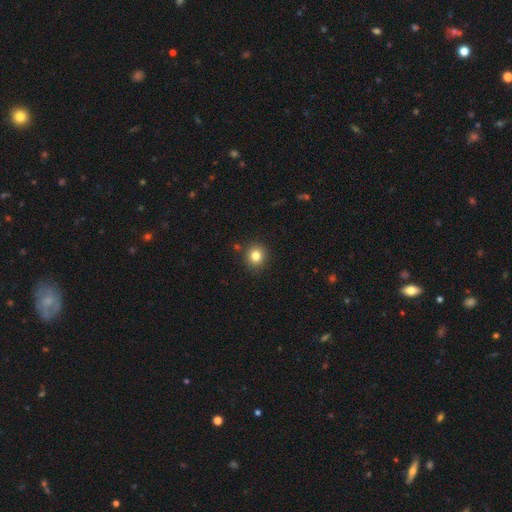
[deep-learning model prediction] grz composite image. It shows a smooth galaxy with no disk features (82%) that is round (87%). Merging: none (88%).